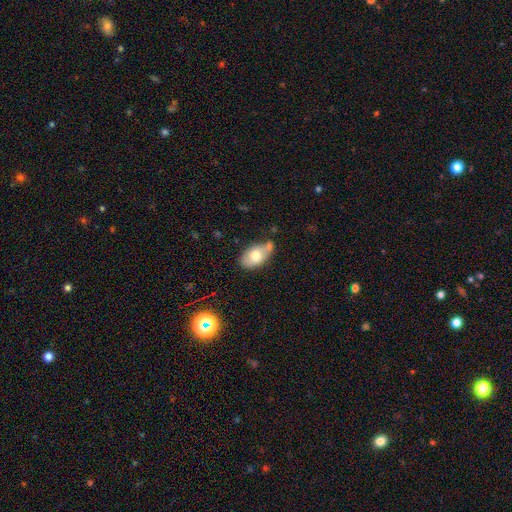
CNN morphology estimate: Overall: smooth (68%). How rounded: in between (91%). Merging: none (47%; minor disturbance 28%).